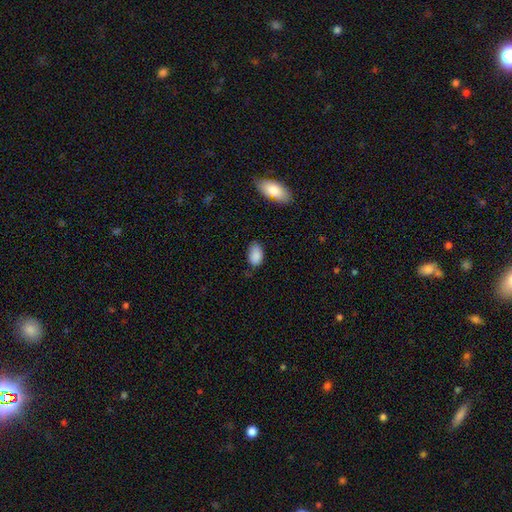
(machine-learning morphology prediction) The model was most divided on "merging": none: 65%, minor disturbance: 28%, major disturbance: 5%, merger: 2%. More confident: how rounded — in between (93%); smooth or featured — smooth (88%).